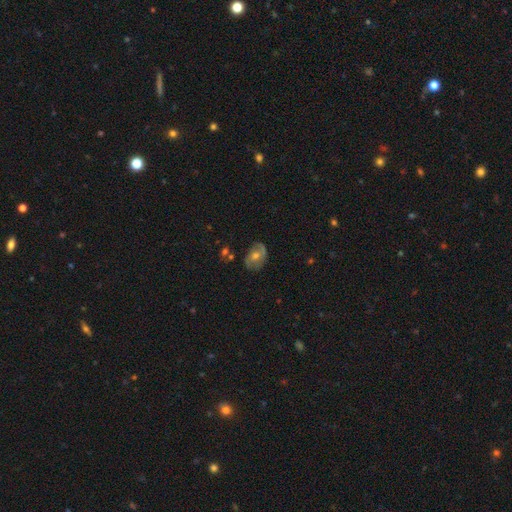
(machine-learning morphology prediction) smooth_or_featured: featured or disk (p=0.61) [alt: smooth p=0.29]
disk_edge_on: no (p=0.95) [alt: yes p=0.05]
bar: no (p=0.65) [alt: weak p=0.27]
has_spiral_arms: yes (p=0.67) [alt: no p=0.33]
bulge_size: moderate (p=0.71) [alt: small p=0.22]
merging: none (p=0.73) [alt: minor disturbance p=0.19]